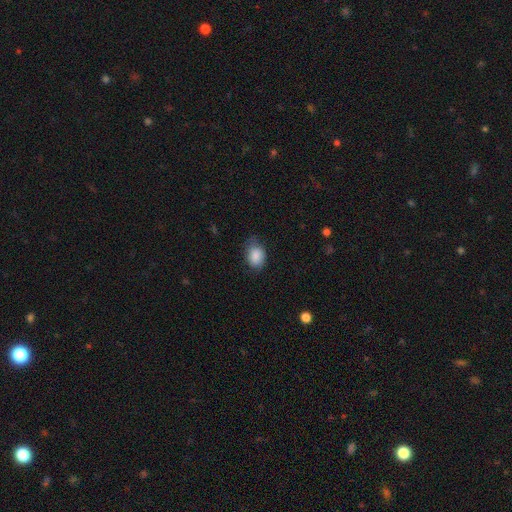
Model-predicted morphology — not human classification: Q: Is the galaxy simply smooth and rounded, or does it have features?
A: smooth — 87%.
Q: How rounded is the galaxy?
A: in between — 72%.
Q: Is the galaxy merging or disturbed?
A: none — 64%.